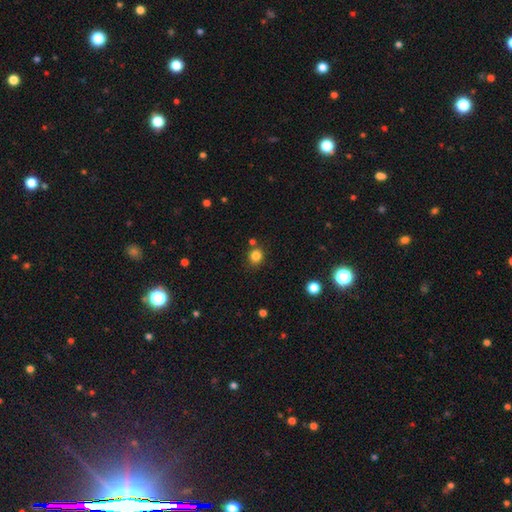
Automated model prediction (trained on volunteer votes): This is clearly a smooth galaxy (82%). How rounded: clearly round (81%). Merging: likely none (79%).